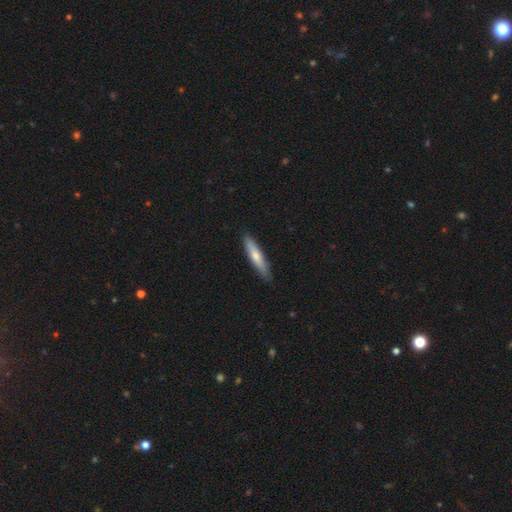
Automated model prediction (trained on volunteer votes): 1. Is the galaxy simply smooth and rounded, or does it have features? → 66% smooth, 29% featured or disk, 5% star or artifact.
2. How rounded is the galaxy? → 86% cigar-shaped, 13% in between, 1% round.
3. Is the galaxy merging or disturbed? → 87% none, 11% minor disturbance, 2% major disturbance, 1% merger.